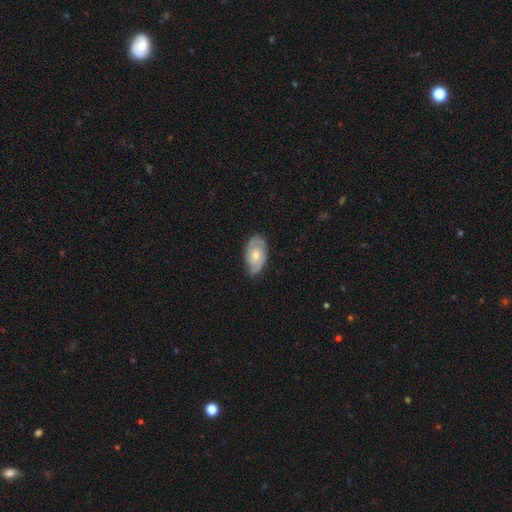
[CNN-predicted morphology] Smooth or featured: featured or disk — 66% (smooth — 28%)
Edge-on disk: no — 95% (yes — 5%)
Bar: no — 74% (weak — 23%)
Spiral arms: yes — 84% (no — 16%)
Spiral winding: tight — 50% (medium — 38%)
Spiral arm count: 2 — 69% (can't tell — 18%)
Bulge size: moderate — 63% (small — 28%)
Merging: none — 72% (minor disturbance — 22%)